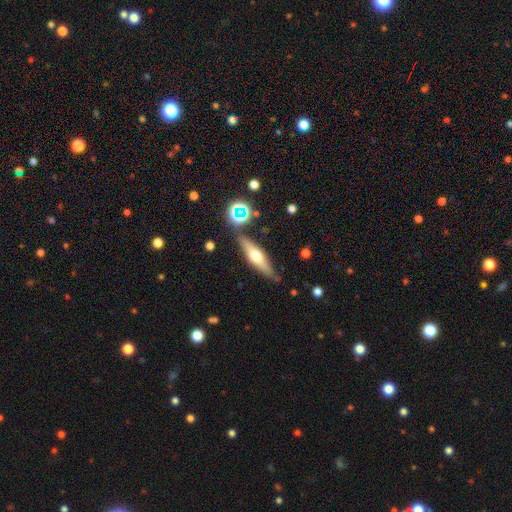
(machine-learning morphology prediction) Overall: featured or disk (49%; smooth 43%). Merging: none (80%).